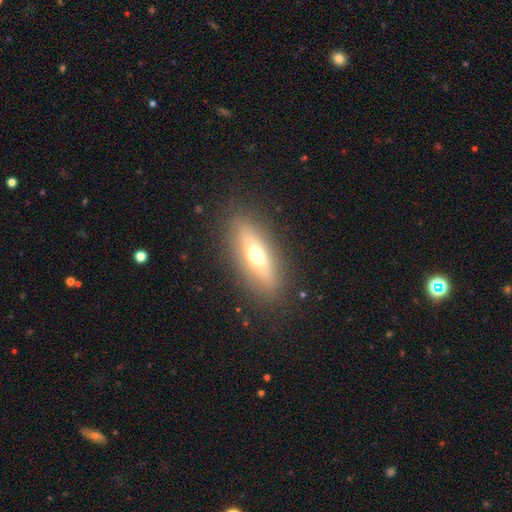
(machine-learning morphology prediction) Smooth or featured?
  - smooth: 51% *
  - featured or disk: 41%
  - star or artifact: 8%
How rounded?
  - cigar-shaped: 49% *
  - in between: 48%
  - round: 3%
Merging?
  - none: 86% *
  - minor disturbance: 9%
  - major disturbance: 3%
  - merger: 1%